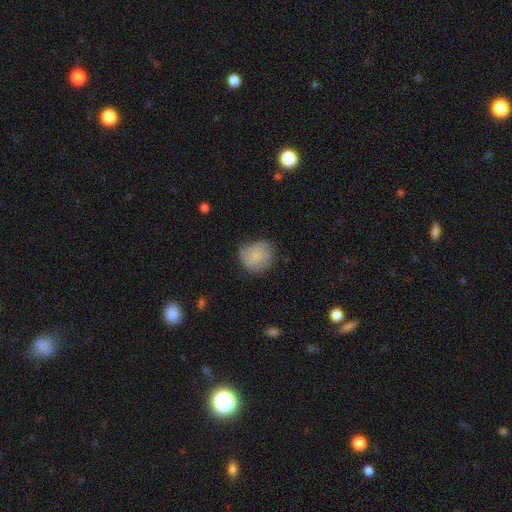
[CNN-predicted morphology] smooth 63%, featured or disk 30%, star or artifact 8%. Down the decision tree: how rounded — round (80%); merging — none (61%).